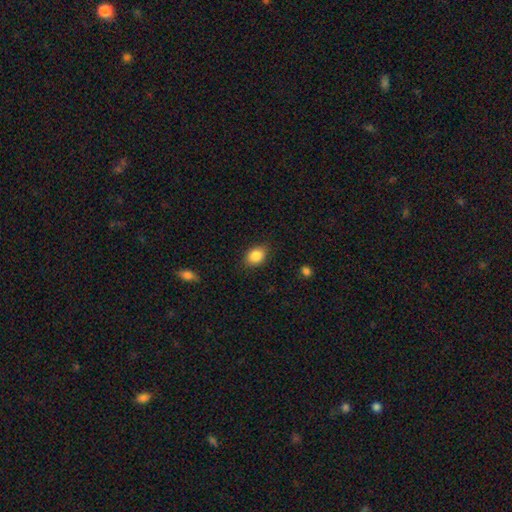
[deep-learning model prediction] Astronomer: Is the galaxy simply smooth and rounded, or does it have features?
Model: smooth — 86%.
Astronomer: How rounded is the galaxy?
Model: in between — 68%.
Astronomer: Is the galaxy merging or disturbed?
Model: none — 84%.